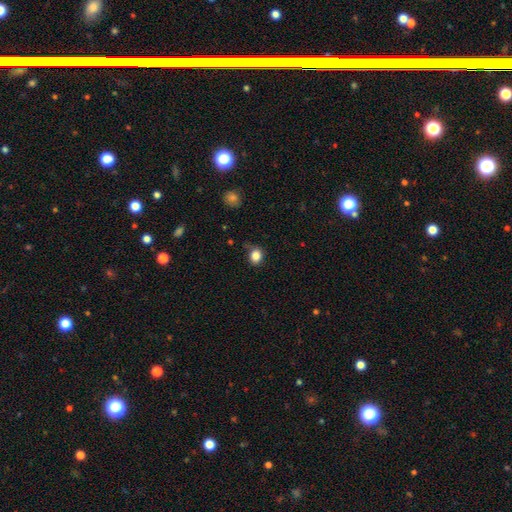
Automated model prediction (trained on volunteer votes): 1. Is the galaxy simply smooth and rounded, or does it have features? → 85% smooth, 10% star or artifact, 5% featured or disk.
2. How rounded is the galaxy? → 54% round, 45% in between, 1% cigar-shaped.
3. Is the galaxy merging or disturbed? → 70% none, 23% minor disturbance, 6% major disturbance, 2% merger.